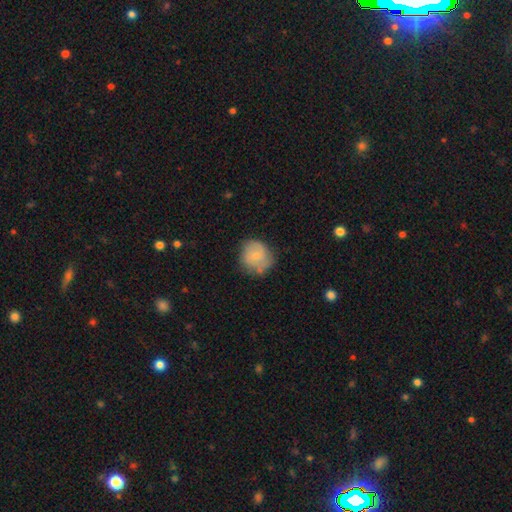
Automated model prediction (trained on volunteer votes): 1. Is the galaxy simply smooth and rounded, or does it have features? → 67% smooth, 26% featured or disk, 7% star or artifact.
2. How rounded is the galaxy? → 83% round, 16% in between, 1% cigar-shaped.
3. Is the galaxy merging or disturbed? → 61% none, 27% minor disturbance, 8% major disturbance, 4% merger.